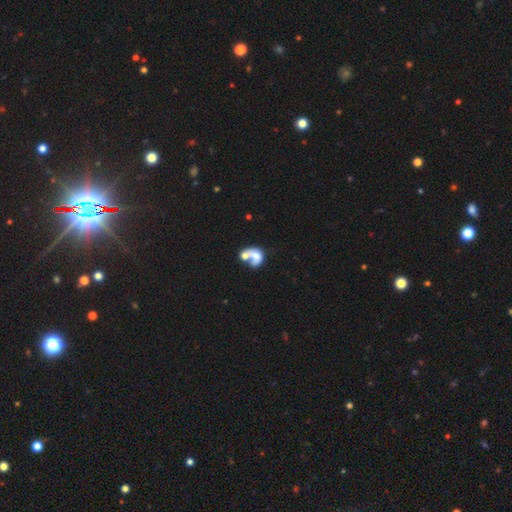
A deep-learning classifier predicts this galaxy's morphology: smooth-or-featured: smooth: 53% | featured or disk: 38% | star or artifact: 9%
  how-rounded: in between: 56% | round: 43% | cigar-shaped: 1%
  merging: merger: 66% | none: 14% | major disturbance: 13% | minor disturbance: 8%